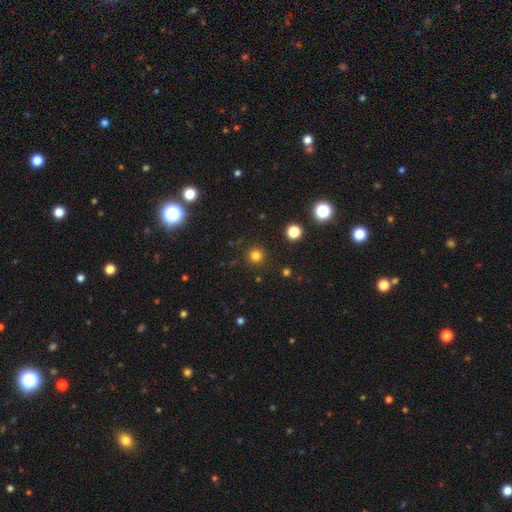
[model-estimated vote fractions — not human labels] smooth-or-featured: smooth: 80% | star or artifact: 16% | featured or disk: 5%
  how-rounded: round: 95% | in between: 4% | cigar-shaped: 1%
  merging: none: 91% | minor disturbance: 5% | major disturbance: 2% | merger: 2%